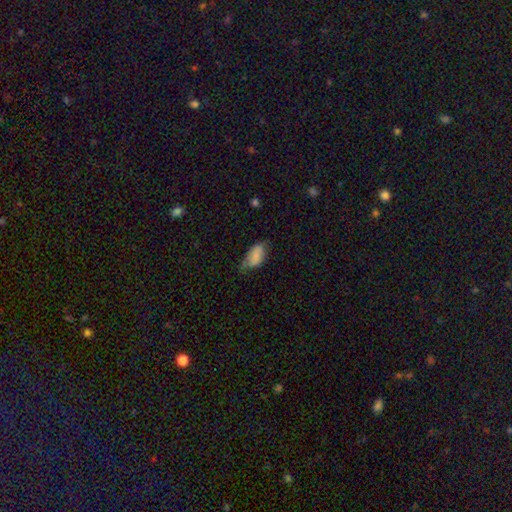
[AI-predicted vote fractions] This is likely a smooth galaxy (78%). How rounded: clearly in between (93%). Merging: marginally minor disturbance (43%).